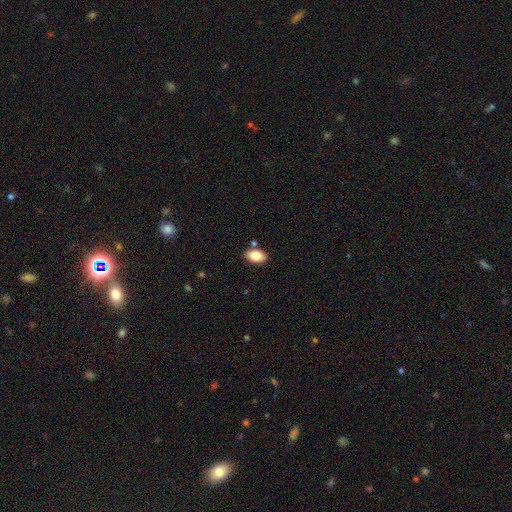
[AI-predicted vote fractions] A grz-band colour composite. It shows a smooth galaxy with no disk features (84%) that is in between round and cigar-shaped (92%). Merging: none (80%).